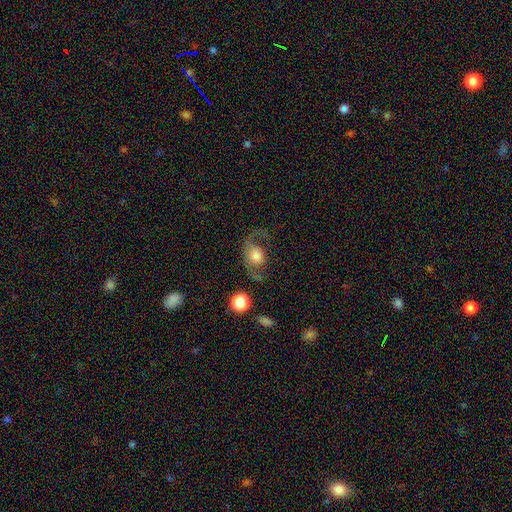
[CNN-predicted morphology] type=smooth (46%, tied with featured or disk); merging=major disturbance (38%).